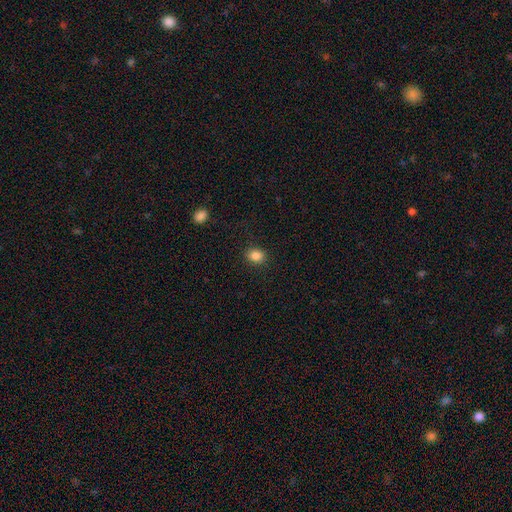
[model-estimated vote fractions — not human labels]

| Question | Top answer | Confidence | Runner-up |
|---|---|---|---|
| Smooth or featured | smooth | 86% | star or artifact (11%) |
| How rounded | round | 50% | in between (49%) |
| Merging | none | 88% | minor disturbance (8%) |